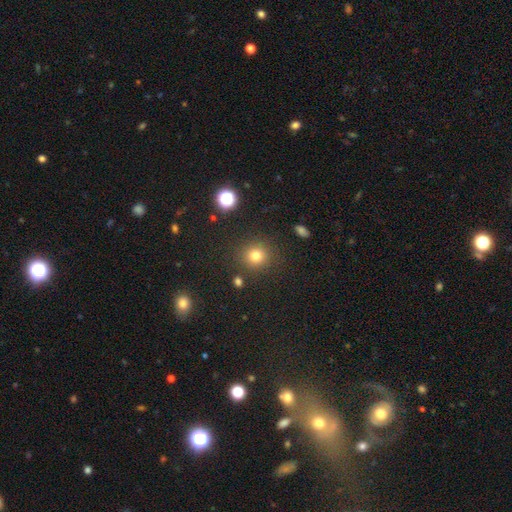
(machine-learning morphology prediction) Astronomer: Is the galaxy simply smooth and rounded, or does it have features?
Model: smooth — 78%.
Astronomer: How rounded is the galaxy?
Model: round — 91%.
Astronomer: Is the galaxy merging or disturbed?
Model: none — 87%.